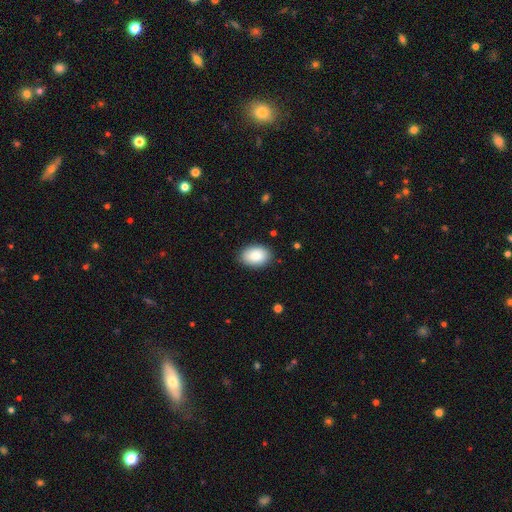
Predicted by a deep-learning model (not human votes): This appears to be a smooth galaxy with no disk features (87%) that is in between round and cigar-shaped (87%). Merging: none (88%).